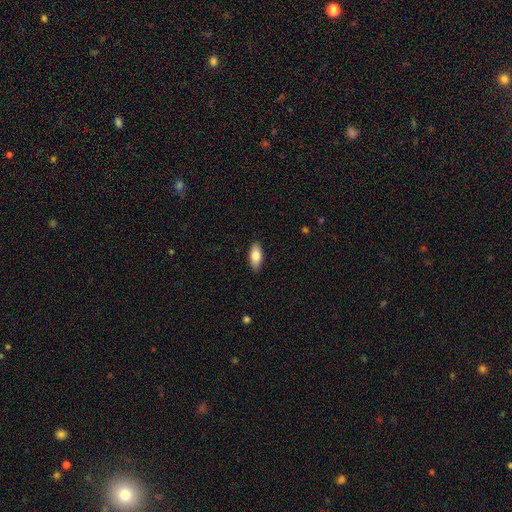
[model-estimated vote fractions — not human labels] A smooth galaxy with no disk features (79%) that is in between round and cigar-shaped (86%).

Vote fractions:
- Smooth or featured? smooth: 79% / featured or disk: 15% / star or artifact: 6%
- How rounded? in between: 86% / cigar-shaped: 11% / round: 2%
- Merging? none: 88% / minor disturbance: 9% / major disturbance: 2% / merger: 1%